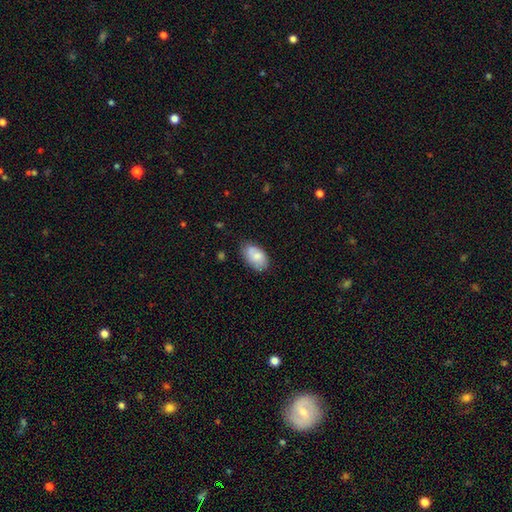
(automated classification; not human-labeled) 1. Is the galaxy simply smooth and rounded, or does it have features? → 78% smooth, 15% featured or disk, 7% star or artifact.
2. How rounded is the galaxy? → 92% in between, 7% round, 1% cigar-shaped.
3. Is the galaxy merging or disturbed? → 70% none, 23% minor disturbance, 4% major disturbance, 3% merger.